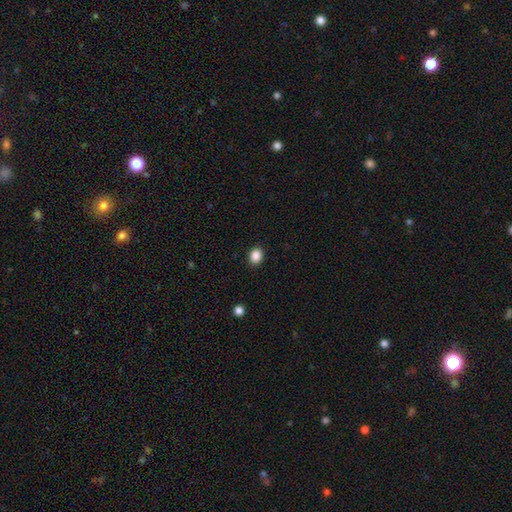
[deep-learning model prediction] Smooth or featured: smooth — 87% (star or artifact — 10%)
How rounded: round — 55% (in between — 44%)
Merging: none — 91% (minor disturbance — 6%)